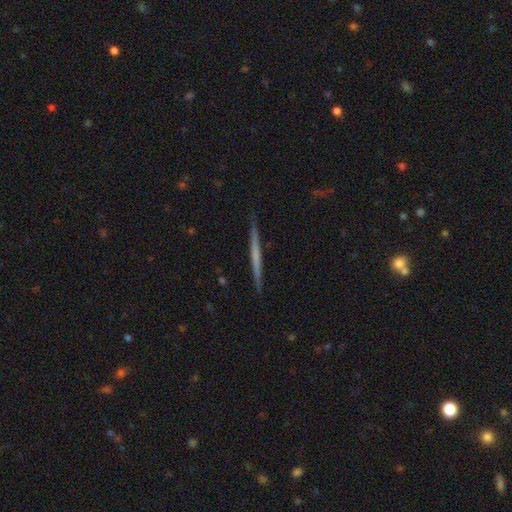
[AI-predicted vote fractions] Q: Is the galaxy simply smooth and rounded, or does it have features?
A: featured or disk — 55%.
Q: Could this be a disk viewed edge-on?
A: yes — 98%.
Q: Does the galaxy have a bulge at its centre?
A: none — 86%.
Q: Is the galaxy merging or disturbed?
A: none — 90%.